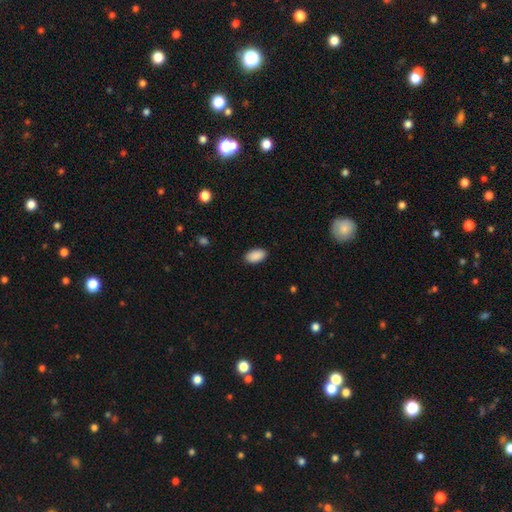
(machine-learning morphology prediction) Overall: smooth (91%). How rounded: in between (94%). Merging: none (89%).